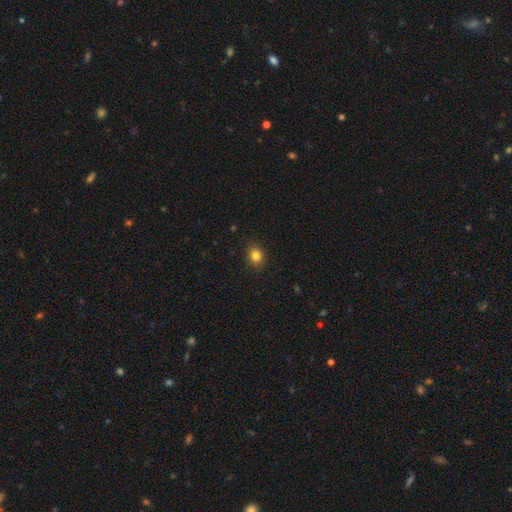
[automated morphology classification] Smooth or featured?
  - smooth: 83% *
  - star or artifact: 12%
  - featured or disk: 5%
How rounded?
  - round: 73% *
  - in between: 26%
  - cigar-shaped: 1%
Merging?
  - none: 90% *
  - minor disturbance: 7%
  - major disturbance: 2%
  - merger: 1%